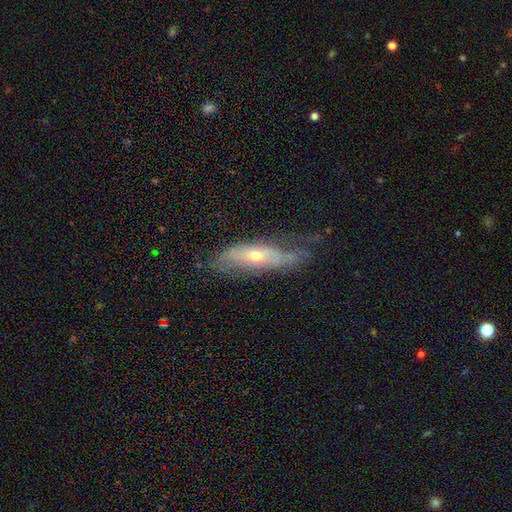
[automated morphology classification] This appears to be a featured or disk galaxy (57%). Merging: none (42%).